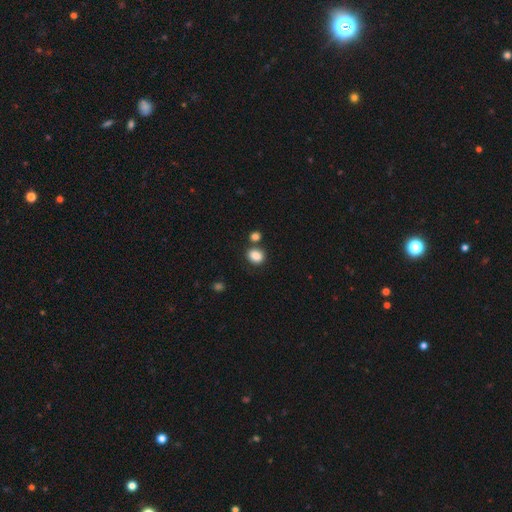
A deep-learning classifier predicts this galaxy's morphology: This is clearly a smooth galaxy (86%). How rounded: possibly in between (53%). Merging: likely none (68%).